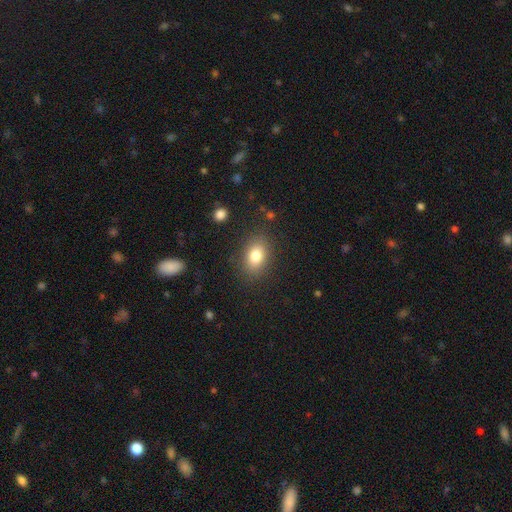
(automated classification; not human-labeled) Q: Smooth or featured?
A: smooth (81%); runner-up: featured or disk (9%)
Q: How rounded?
A: in between (80%); runner-up: round (19%)
Q: Merging?
A: none (85%); runner-up: minor disturbance (10%)